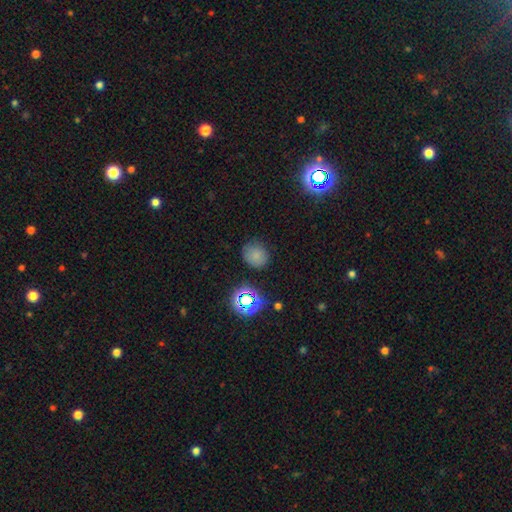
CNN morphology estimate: Q: Smooth or featured?
A: smooth (72%); runner-up: star or artifact (20%)
Q: How rounded?
A: round (71%); runner-up: in between (28%)
Q: Merging?
A: none (78%); runner-up: minor disturbance (15%)